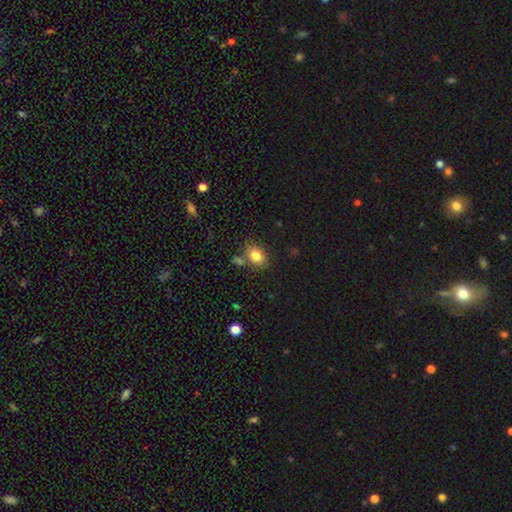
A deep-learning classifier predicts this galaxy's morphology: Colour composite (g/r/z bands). It shows a smooth galaxy with no disk features (81%) that is in between round and cigar-shaped (60%). Merging: none (69%).